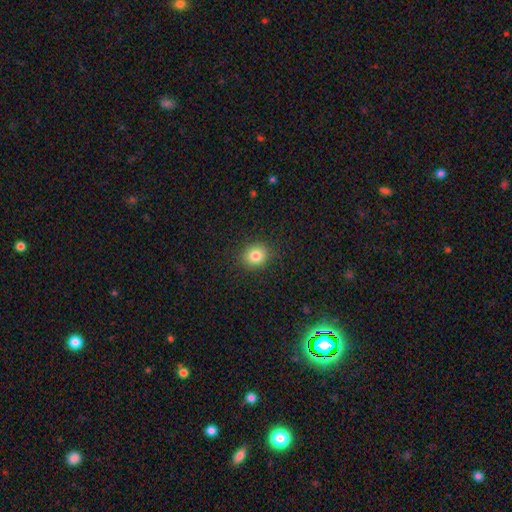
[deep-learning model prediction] smooth-or-featured: smooth: 83% | star or artifact: 11% | featured or disk: 6%
  how-rounded: round: 77% | in between: 22% | cigar-shaped: 1%
  merging: none: 89% | minor disturbance: 7% | major disturbance: 2% | merger: 1%